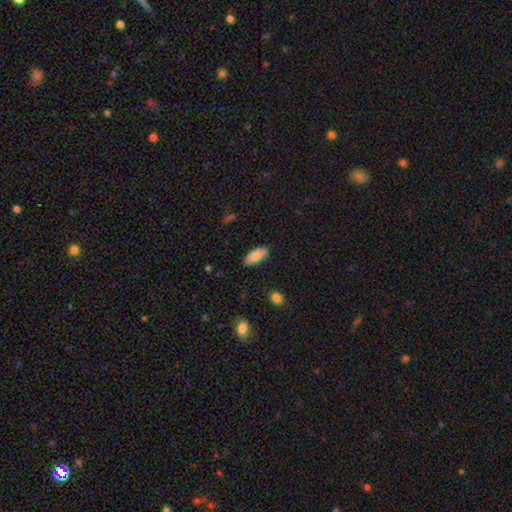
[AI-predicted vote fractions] Smooth or featured: smooth — 79% (featured or disk — 15%)
How rounded: in between — 87% (cigar-shaped — 11%)
Merging: none — 77% (minor disturbance — 18%)